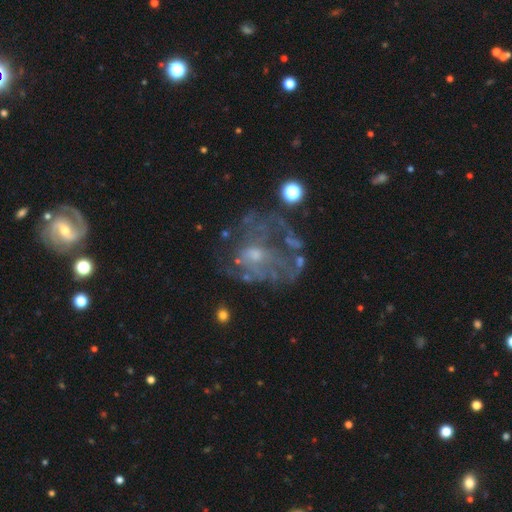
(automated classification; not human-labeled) This appears to be a featured or disk galaxy (68%) with no bar (80%), no spiral arms (62%) and a small central bulge (49%). Merging: none (39%).